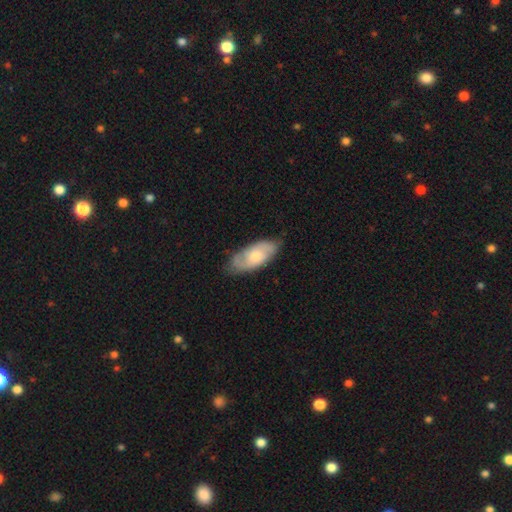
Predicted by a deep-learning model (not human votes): This is possibly a featured or disk galaxy (49%). Merging: likely none (72%).